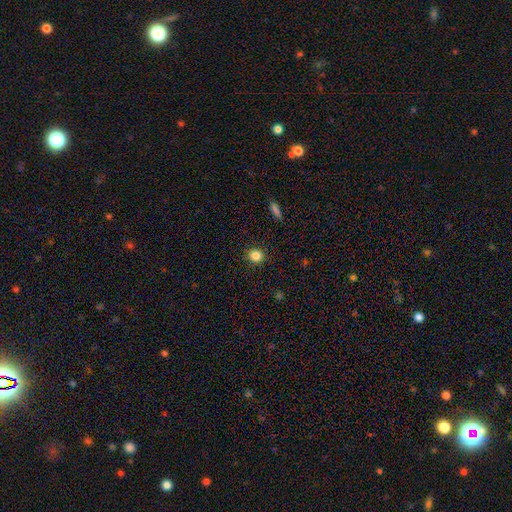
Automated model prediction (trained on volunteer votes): This is clearly a smooth galaxy (84%). How rounded: clearly round (86%). Merging: clearly none (90%).